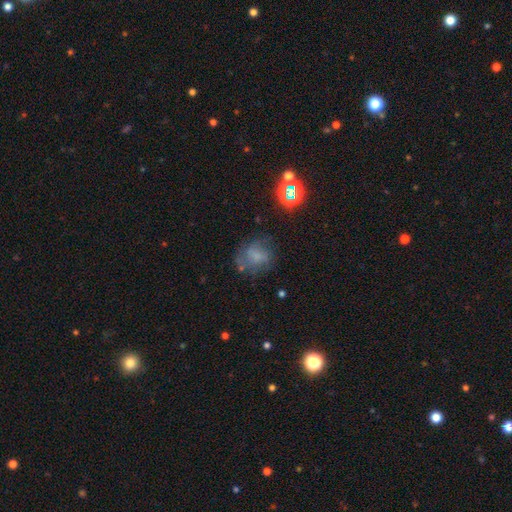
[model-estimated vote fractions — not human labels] A smooth galaxy with no disk features (53%) that is round (59%). Merging: none (52%).